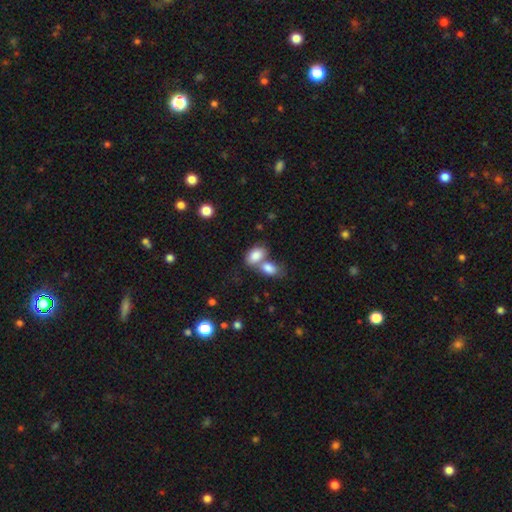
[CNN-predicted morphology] This is clearly a smooth galaxy (83%). How rounded: clearly in between (90%). Merging: possibly merger (56%).